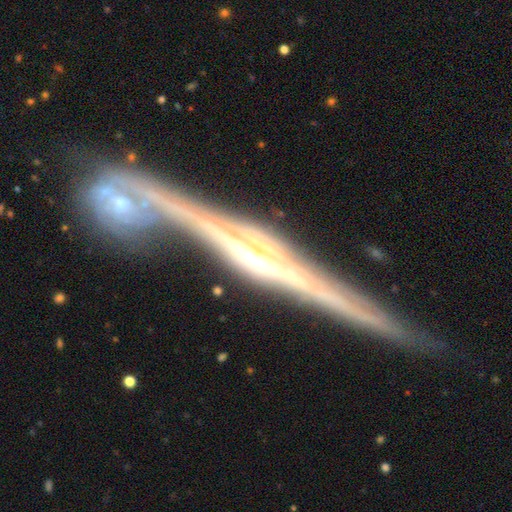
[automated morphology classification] Overall: featured or disk (89%). Edge-on disk: yes (96%). Edge-on bulge: rounded (50%; boxy 32%). Merging: none (61%; merger 22%).